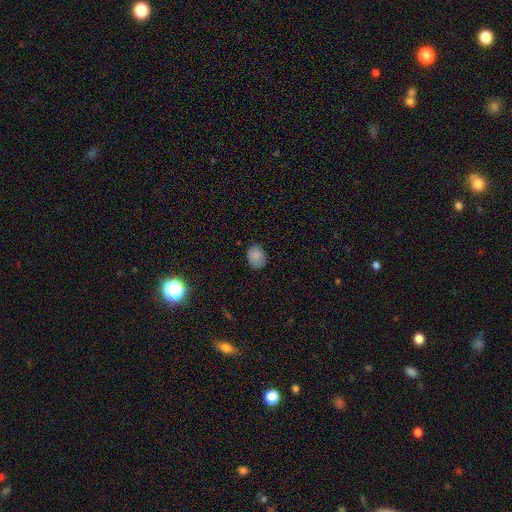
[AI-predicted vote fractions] Smooth or featured: smooth — 84% (star or artifact — 10%)
How rounded: in between — 52% (round — 47%)
Merging: none — 80% (minor disturbance — 16%)